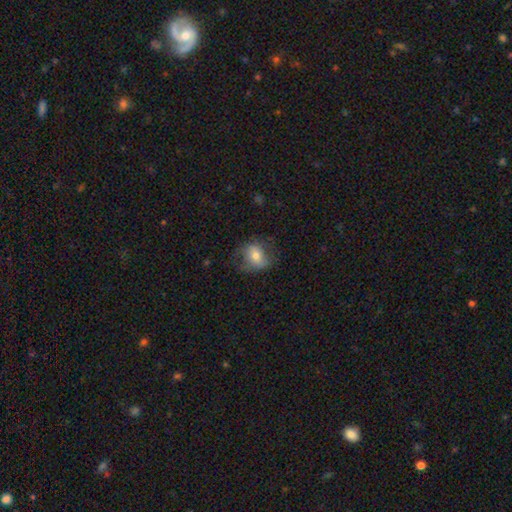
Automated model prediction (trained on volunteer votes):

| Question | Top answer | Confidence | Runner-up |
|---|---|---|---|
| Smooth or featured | smooth | 60% | featured or disk (31%) |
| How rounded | in between | 50% | round (48%) |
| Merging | none | 63% | minor disturbance (23%) |